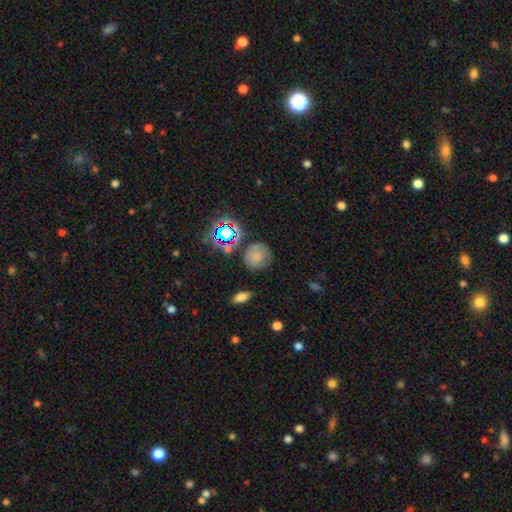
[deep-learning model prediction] smooth-or-featured: smooth: 65% | star or artifact: 19% | featured or disk: 16%
  how-rounded: round: 85% | in between: 14% | cigar-shaped: 1%
  merging: none: 70% | minor disturbance: 18% | major disturbance: 6% | merger: 6%